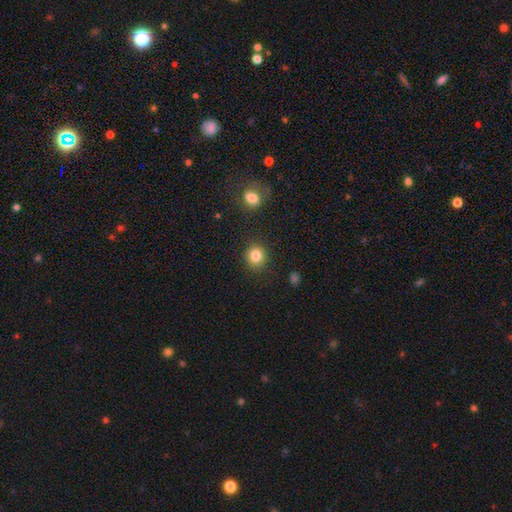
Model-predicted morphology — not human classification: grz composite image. It shows a smooth galaxy with no disk features (84%) that is round (85%). Merging: none (88%).